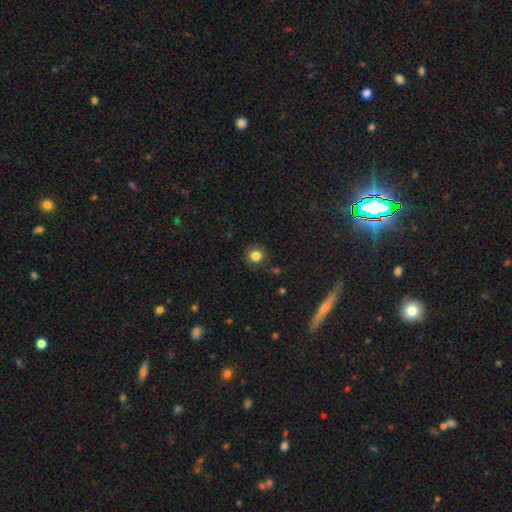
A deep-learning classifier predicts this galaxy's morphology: smooth_or_featured: smooth (p=0.82) [alt: star or artifact p=0.12]
how_rounded: round (p=0.90) [alt: in between p=0.09]
merging: none (p=0.85) [alt: minor disturbance p=0.10]